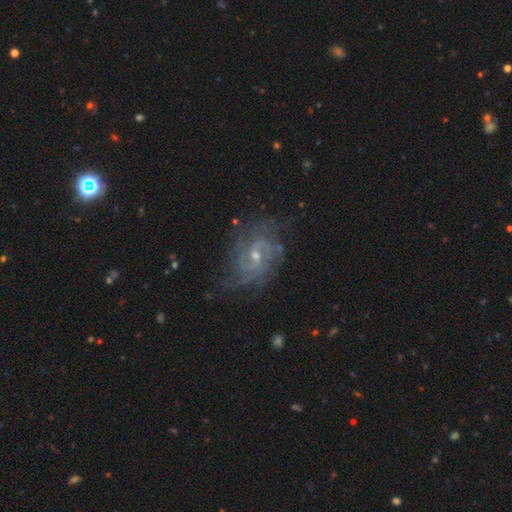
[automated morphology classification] Overall: featured or disk (86%). Edge-on disk: no (97%). Bar: weak (45%, tied with no). Spiral arms: yes (96%). Spiral arm count: 2 (31%; can't tell 25%). Spiral winding: tight (48%; medium 41%). Bulge size: small (56%; moderate 40%). Merging: none (72%).